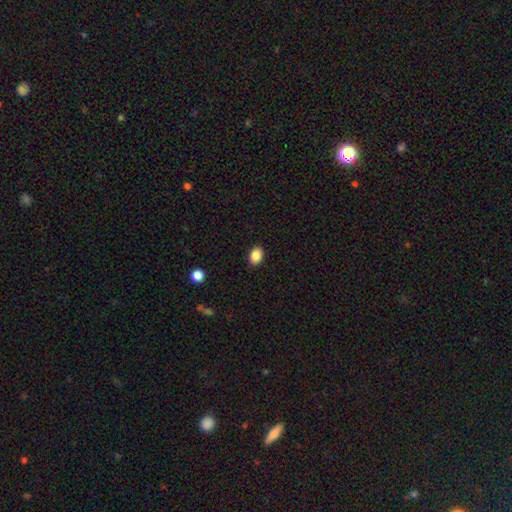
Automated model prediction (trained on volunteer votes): This appears to be a smooth galaxy with no disk features (88%) that is in between round and cigar-shaped (76%). Merging: none (90%).